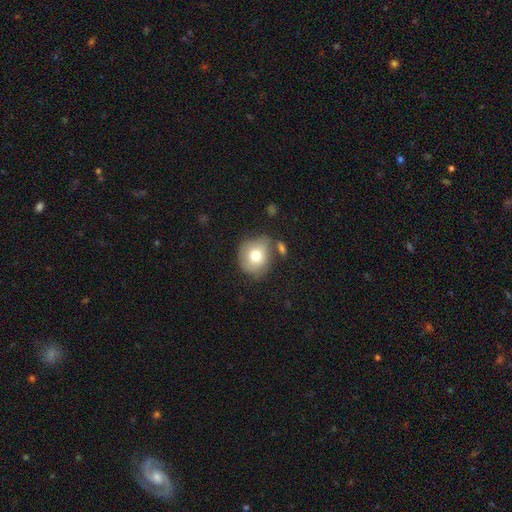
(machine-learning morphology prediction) Smooth or featured? smooth (75%)
How rounded? round (73%)
Merging? none (60%)